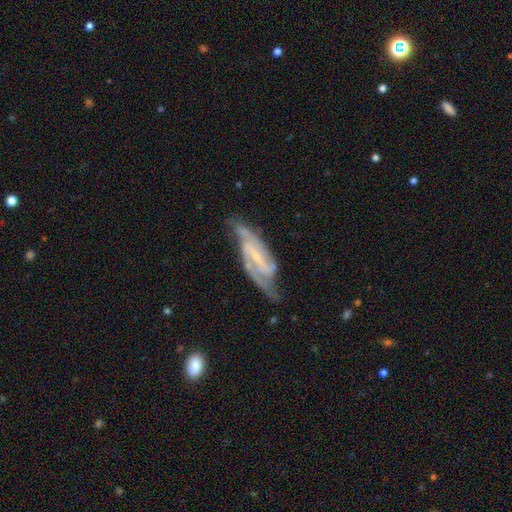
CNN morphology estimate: A featured or disk galaxy (88%) with a weak bar (41%), 2 (78%) medium (50%) spiral arms (97%) and a small central bulge (68%). Merging: none (66%).